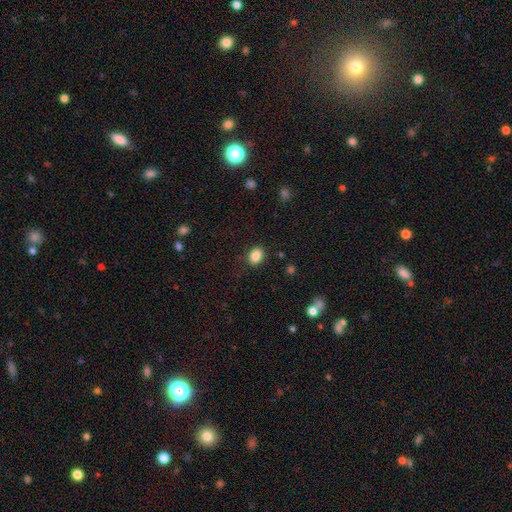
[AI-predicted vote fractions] This is clearly a smooth galaxy (86%). How rounded: likely in between (69%). Merging: clearly none (86%).